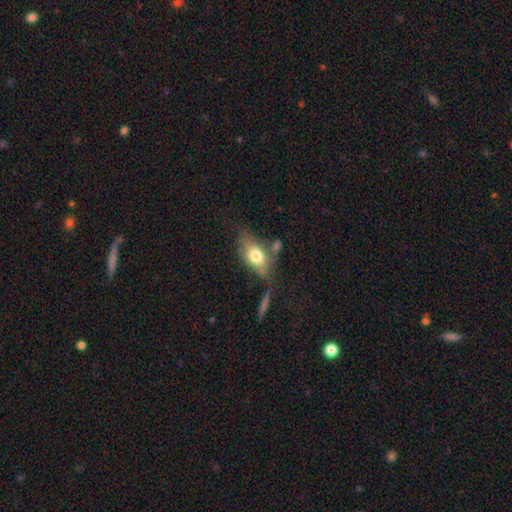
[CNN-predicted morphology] Smooth or featured? smooth (70%)
How rounded? in between (80%)
Merging? none (55%)